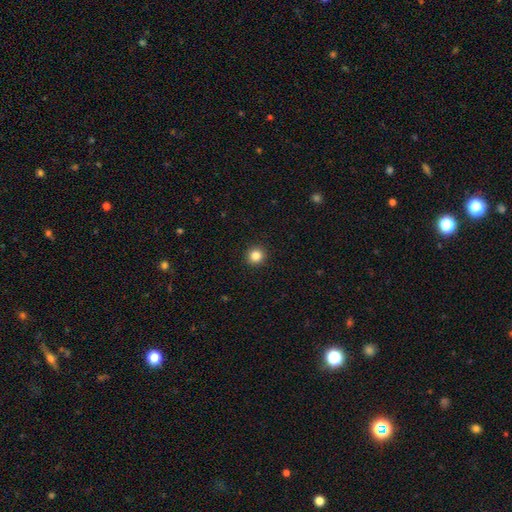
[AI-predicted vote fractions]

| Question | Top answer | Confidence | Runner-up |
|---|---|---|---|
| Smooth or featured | smooth | 85% | star or artifact (11%) |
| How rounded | round | 94% | in between (5%) |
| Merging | none | 93% | minor disturbance (4%) |